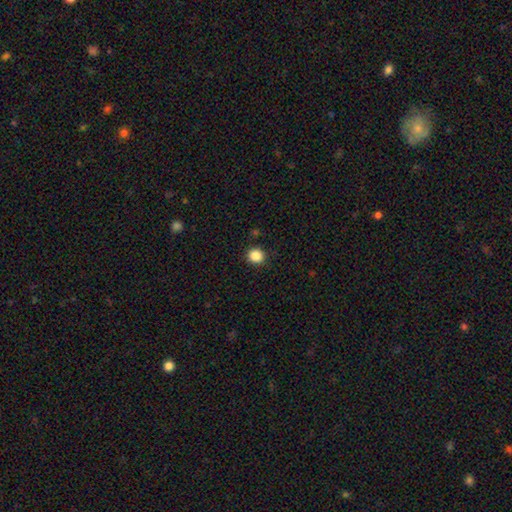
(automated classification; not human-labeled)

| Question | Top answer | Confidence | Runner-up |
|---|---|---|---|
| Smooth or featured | smooth | 87% | star or artifact (11%) |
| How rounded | round | 89% | in between (11%) |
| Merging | none | 91% | minor disturbance (6%) |